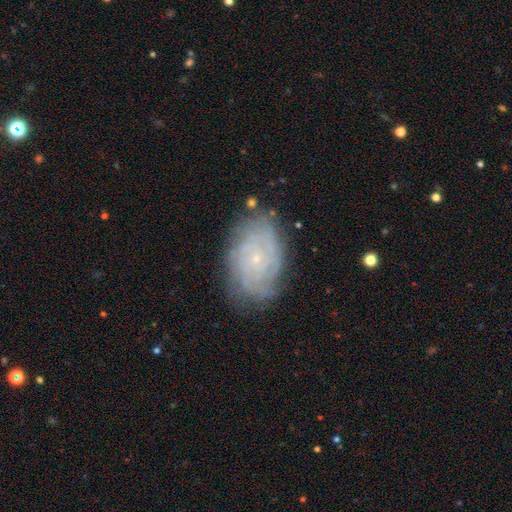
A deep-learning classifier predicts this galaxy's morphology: smooth_or_featured: featured or disk (p=0.67) [alt: smooth p=0.20]
disk_edge_on: no (p=0.95) [alt: yes p=0.05]
bar: no (p=0.78) [alt: weak p=0.18]
has_spiral_arms: yes (p=0.92) [alt: no p=0.08]
spiral_winding: tight (p=0.73) [alt: medium p=0.21]
spiral_arm_count: can't tell (p=0.48) [alt: 4 p=0.13]
bulge_size: small (p=0.81) [alt: moderate p=0.14]
merging: none (p=0.79) [alt: minor disturbance p=0.15]